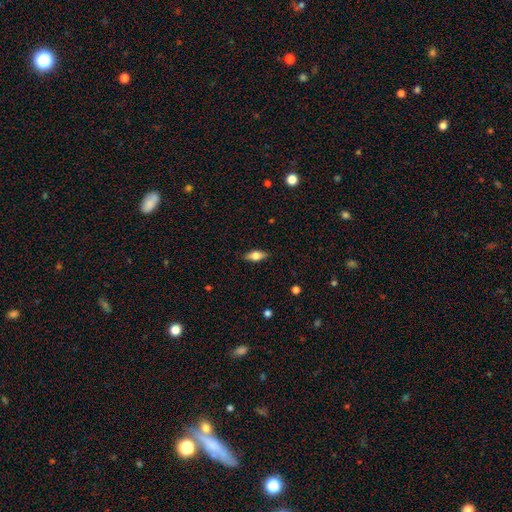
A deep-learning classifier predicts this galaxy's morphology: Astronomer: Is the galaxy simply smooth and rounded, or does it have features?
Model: smooth — 68%.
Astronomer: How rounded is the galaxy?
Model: in between — 79%.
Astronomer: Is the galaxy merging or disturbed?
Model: none — 87%.